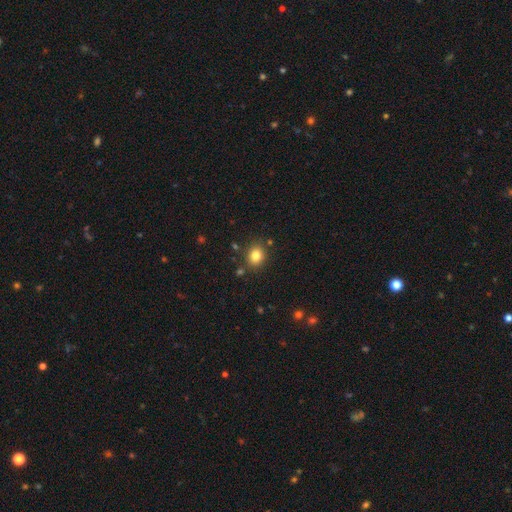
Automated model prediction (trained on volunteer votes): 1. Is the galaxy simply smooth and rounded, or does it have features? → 82% smooth, 11% star or artifact, 7% featured or disk.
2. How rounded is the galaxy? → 62% round, 37% in between, 1% cigar-shaped.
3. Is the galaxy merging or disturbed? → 83% none, 10% minor disturbance, 4% merger, 3% major disturbance.